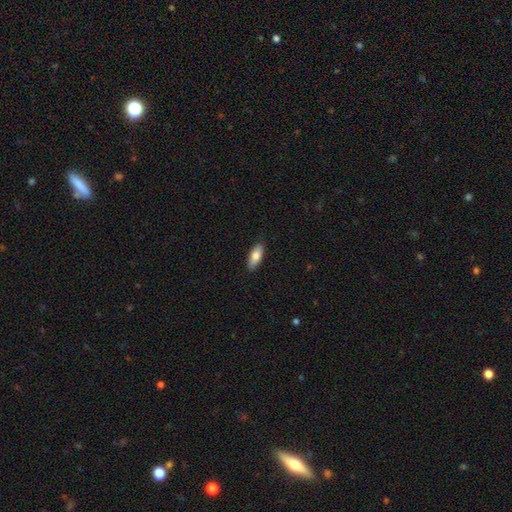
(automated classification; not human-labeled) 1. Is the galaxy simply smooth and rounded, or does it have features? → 81% smooth, 13% featured or disk, 6% star or artifact.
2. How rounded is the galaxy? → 78% in between, 19% cigar-shaped, 2% round.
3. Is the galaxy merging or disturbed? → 87% none, 10% minor disturbance, 2% major disturbance, 1% merger.